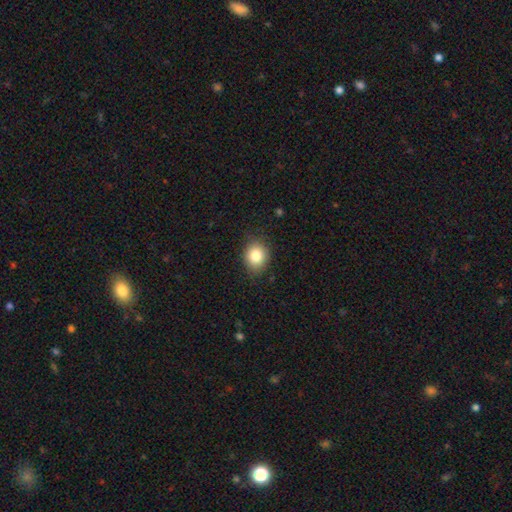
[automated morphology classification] This appears to be a smooth galaxy with no disk features (82%) that is round (59%). Merging: none (84%).